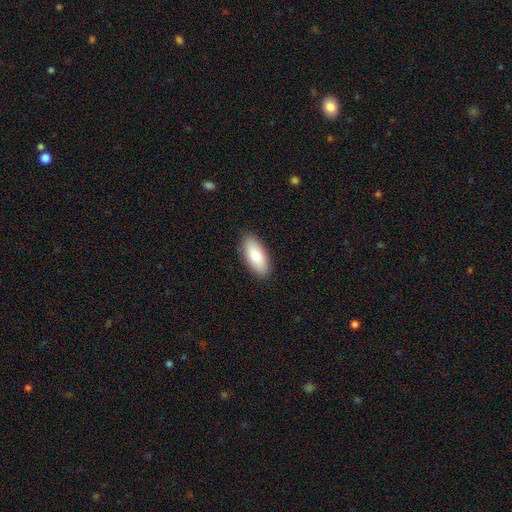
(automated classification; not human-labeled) A smooth galaxy with no disk features (81%) that is in between round and cigar-shaped (88%).

Vote fractions:
- Smooth or featured? smooth: 81% / featured or disk: 13% / star or artifact: 6%
- How rounded? in between: 88% / cigar-shaped: 10% / round: 2%
- Merging? none: 89% / minor disturbance: 9% / major disturbance: 2% / merger: 1%